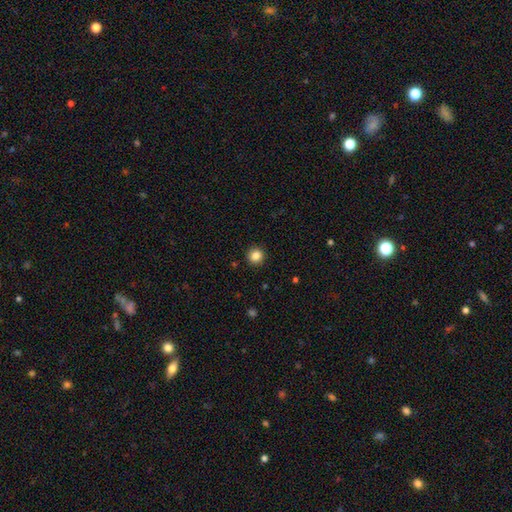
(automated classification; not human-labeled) smooth_or_featured: smooth (p=0.85) [alt: star or artifact p=0.11]
how_rounded: round (p=0.94) [alt: in between p=0.05]
merging: none (p=0.92) [alt: minor disturbance p=0.05]